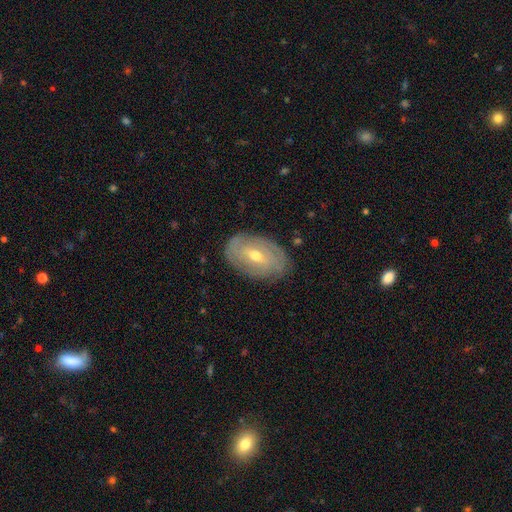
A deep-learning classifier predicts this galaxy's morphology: A featured or disk galaxy (70%) with a weak bar (51%), spiral arms (72%) and a moderate central bulge (63%).

Vote fractions:
- Smooth or featured? featured or disk: 70% / smooth: 24% / star or artifact: 7%
- Edge-on disk? no: 92% / yes: 8%
- Bar? weak: 51% / no: 29% / strong: 21%
- Spiral arms? yes: 72% / no: 28%
- Bulge size? moderate: 63% / small: 33% / large: 2% / none: 1% / dominant: 1%
- Merging? none: 80% / minor disturbance: 15% / major disturbance: 4% / merger: 1%